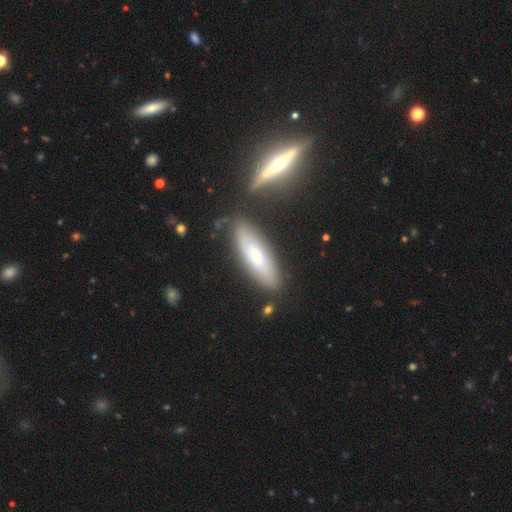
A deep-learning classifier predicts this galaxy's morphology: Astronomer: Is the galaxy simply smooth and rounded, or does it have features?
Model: smooth — 61%.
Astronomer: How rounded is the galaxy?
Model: cigar-shaped — 55% (runner-up: in between, 43%).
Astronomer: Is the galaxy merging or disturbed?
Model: none — 75%.